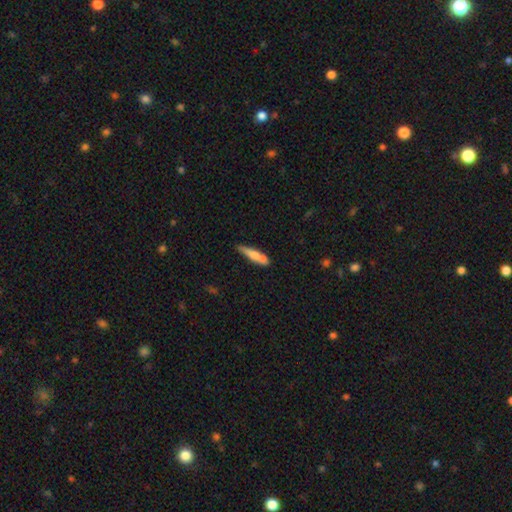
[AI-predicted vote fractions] Q: Smooth or featured?
A: smooth (61%); runner-up: featured or disk (33%)
Q: How rounded?
A: cigar-shaped (82%); runner-up: in between (16%)
Q: Merging?
A: none (53%); runner-up: merger (22%)